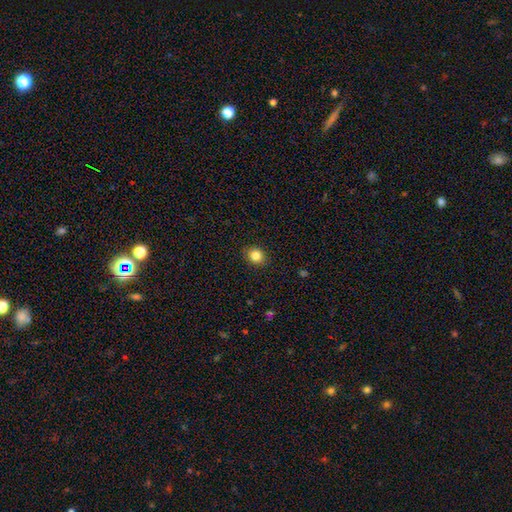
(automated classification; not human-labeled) This is clearly a smooth galaxy (83%). How rounded: likely round (73%). Merging: clearly none (90%).